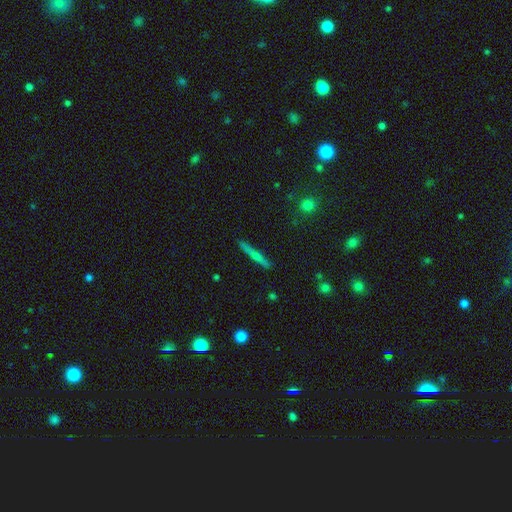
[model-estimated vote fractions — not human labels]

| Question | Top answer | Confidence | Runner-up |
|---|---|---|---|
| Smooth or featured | featured or disk | 55% | smooth (37%) |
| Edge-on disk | yes | 97% | no (3%) |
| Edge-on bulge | rounded | 65% | none (29%) |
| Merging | none | 89% | minor disturbance (8%) |